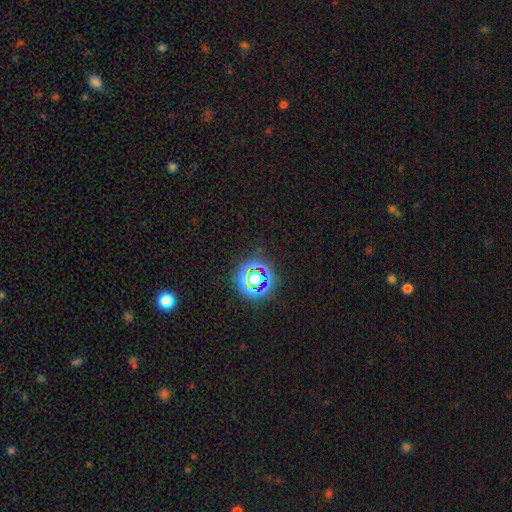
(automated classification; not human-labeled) A star or artifact, not a galaxy (78%).